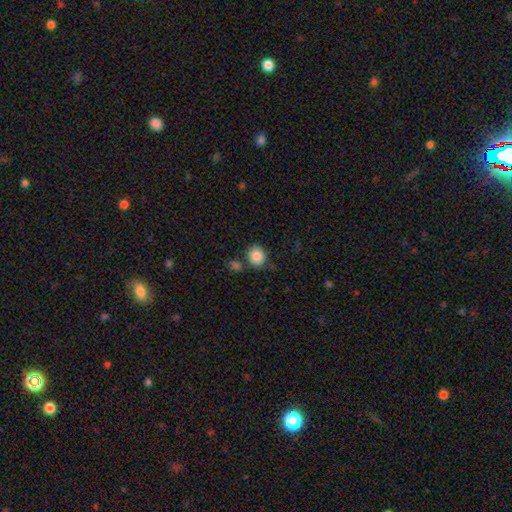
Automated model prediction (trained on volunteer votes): This appears to be a smooth galaxy with no disk features (86%) that is round (71%). Merging: none (75%).